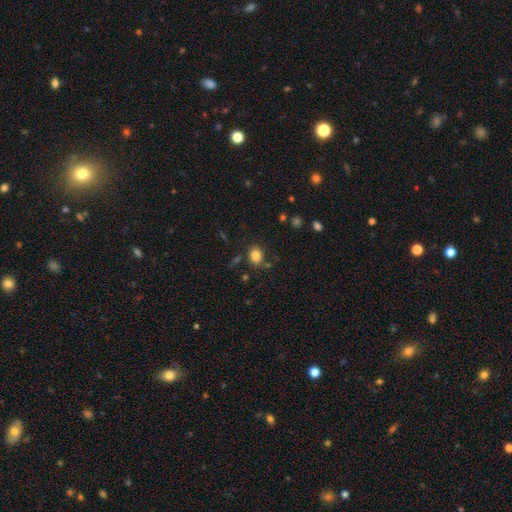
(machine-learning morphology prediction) This appears to be a smooth galaxy with no disk features (83%) that is in between round and cigar-shaped (53%). Merging: none (78%).